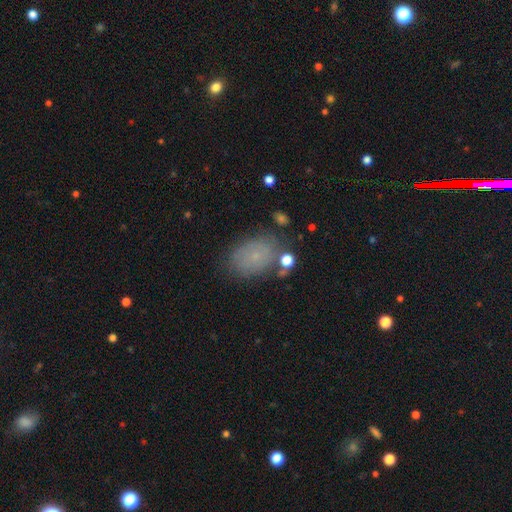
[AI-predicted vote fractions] This appears to be a smooth galaxy with no disk features (65%) that is in between round and cigar-shaped (80%). Merging: none (69%).